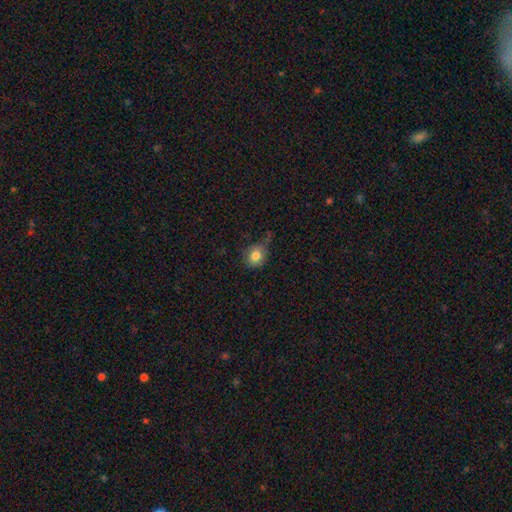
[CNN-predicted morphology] This is clearly a smooth galaxy (81%). How rounded: likely round (73%). Merging: possibly none (56%).